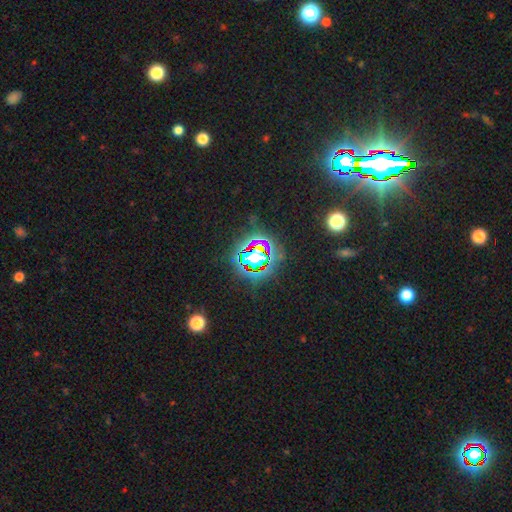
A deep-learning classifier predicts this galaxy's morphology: A star or artifact, not a galaxy (79%).